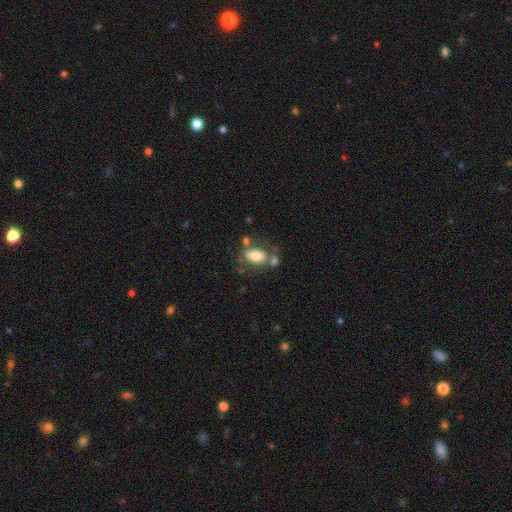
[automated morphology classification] Smooth or featured? smooth (70%)
How rounded? in between (88%)
Merging? none (47%)